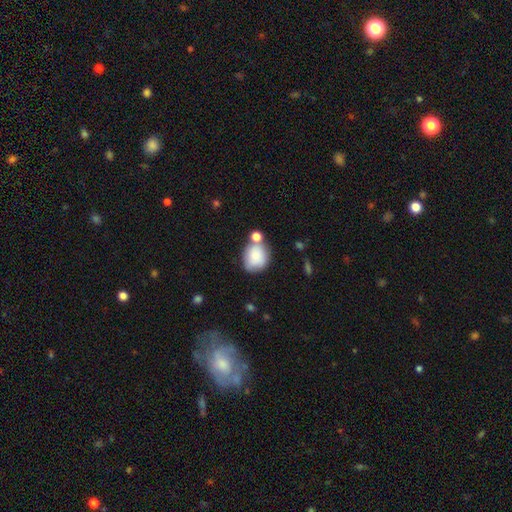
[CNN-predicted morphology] Overall: smooth (80%). How rounded: round (60%; in between 39%). Merging: none (47%; merger 28%).